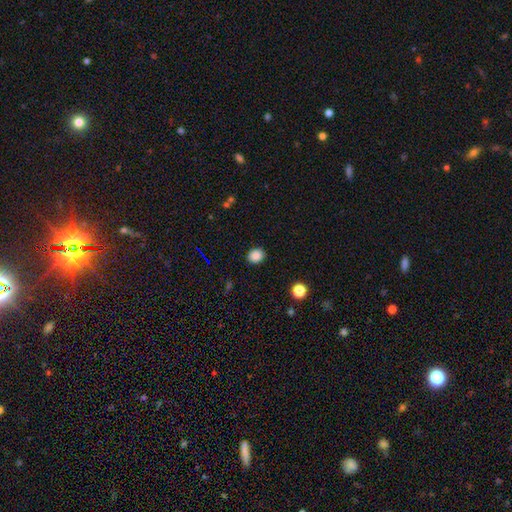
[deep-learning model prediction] Smooth or featured: smooth — 86% (star or artifact — 11%)
How rounded: round — 60% (in between — 39%)
Merging: none — 90% (minor disturbance — 7%)